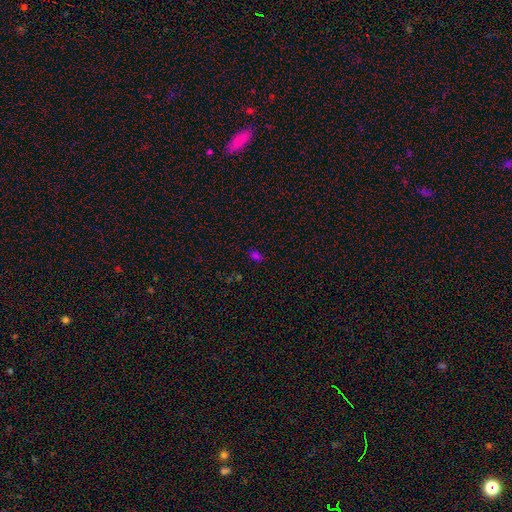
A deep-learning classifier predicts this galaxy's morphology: Smooth or featured? smooth (70%)
How rounded? in between (86%)
Merging? none (79%)